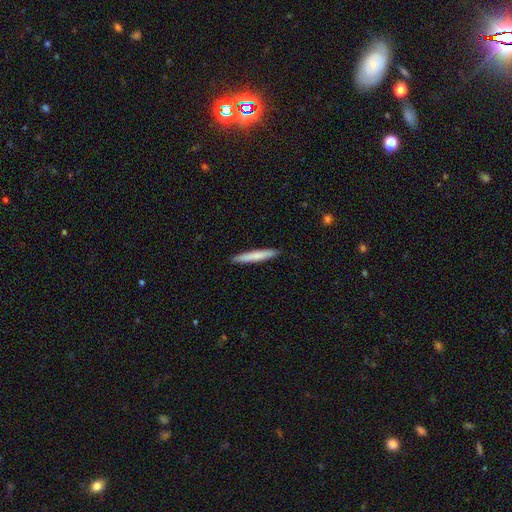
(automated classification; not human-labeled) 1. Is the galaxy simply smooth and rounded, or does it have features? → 74% smooth, 21% featured or disk, 5% star or artifact.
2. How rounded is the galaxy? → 95% cigar-shaped, 4% in between, 1% round.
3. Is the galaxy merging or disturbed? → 91% none, 6% minor disturbance, 1% major disturbance, 1% merger.